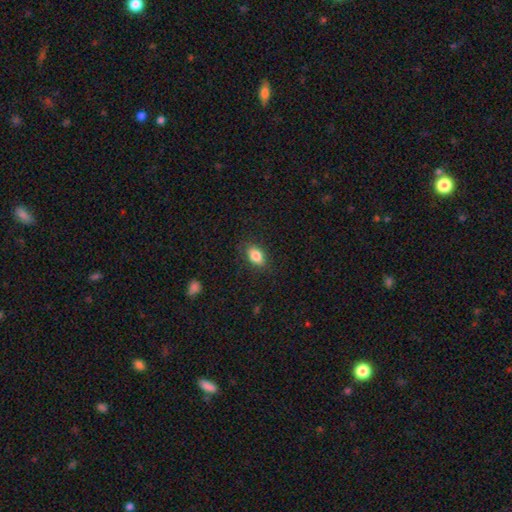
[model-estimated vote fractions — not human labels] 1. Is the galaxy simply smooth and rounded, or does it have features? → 84% smooth, 8% star or artifact, 8% featured or disk.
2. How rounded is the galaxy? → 87% in between, 10% round, 3% cigar-shaped.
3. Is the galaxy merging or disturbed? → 83% none, 13% minor disturbance, 3% major disturbance, 1% merger.